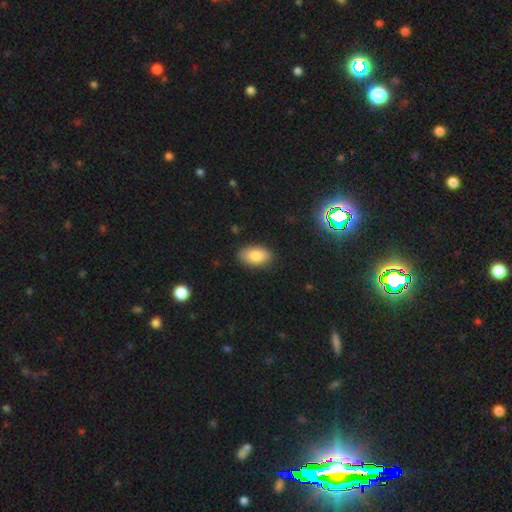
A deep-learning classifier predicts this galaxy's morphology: Smooth or featured? smooth (85%)
How rounded? in between (93%)
Merging? none (86%)